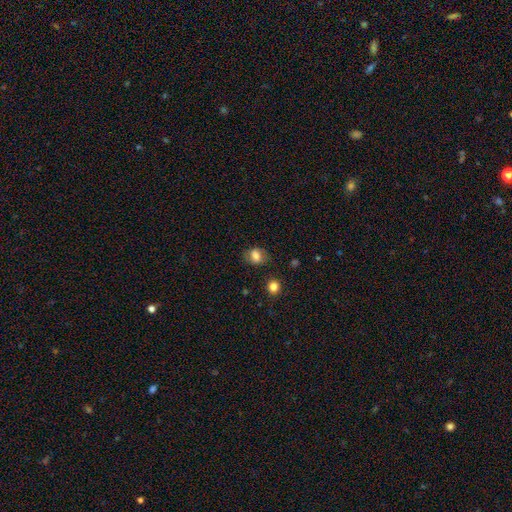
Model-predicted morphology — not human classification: Smooth or featured: smooth — 74% (featured or disk — 16%)
How rounded: in between — 57% (round — 41%)
Merging: none — 75% (minor disturbance — 17%)